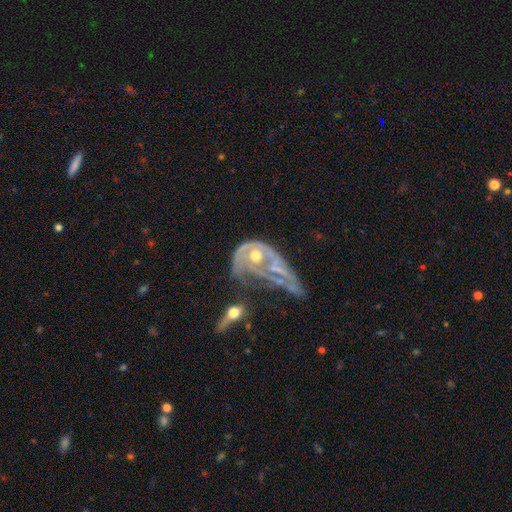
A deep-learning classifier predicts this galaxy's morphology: This appears to be a featured or disk galaxy (71%) with no bar (82%), spiral arms (52%) and a moderate central bulge (65%). Merging: major disturbance (38%).